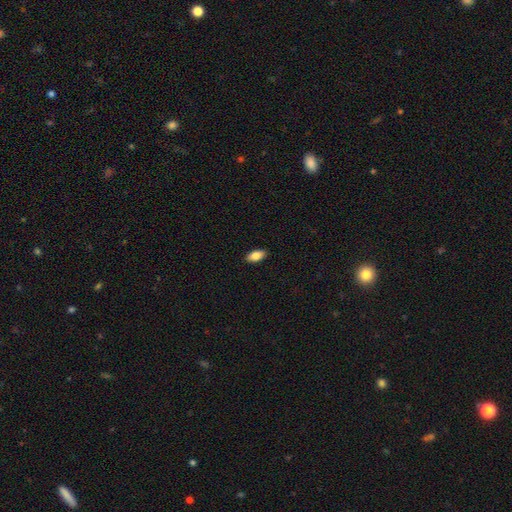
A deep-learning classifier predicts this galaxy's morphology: Overall: smooth (85%). How rounded: in between (91%). Merging: none (90%).